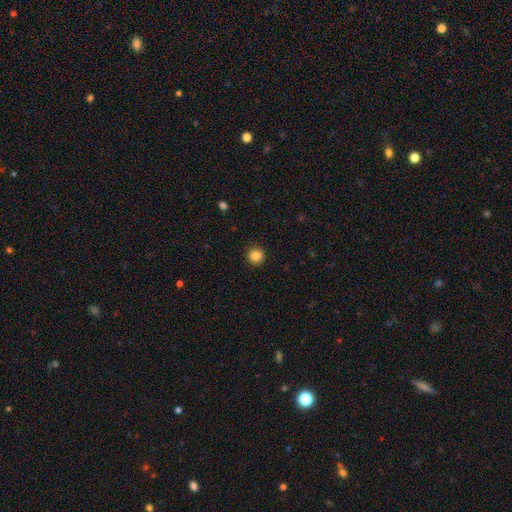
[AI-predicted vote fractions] smooth 85%, star or artifact 10%, featured or disk 4%. Down the decision tree: how rounded — round (95%); merging — none (92%).